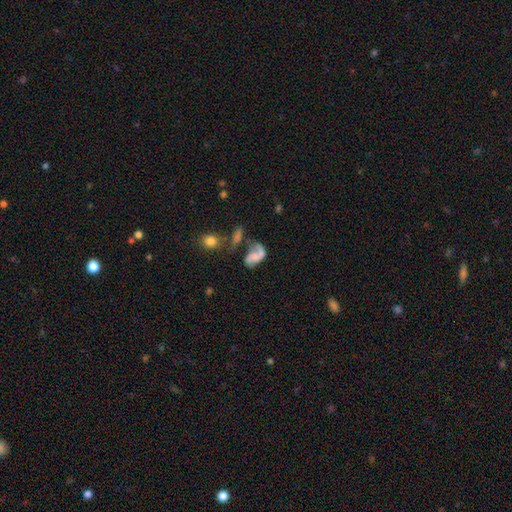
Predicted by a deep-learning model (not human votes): Morphology: type=featured or disk (51%); edge-on=no (97%); merging=major disturbance (32%).